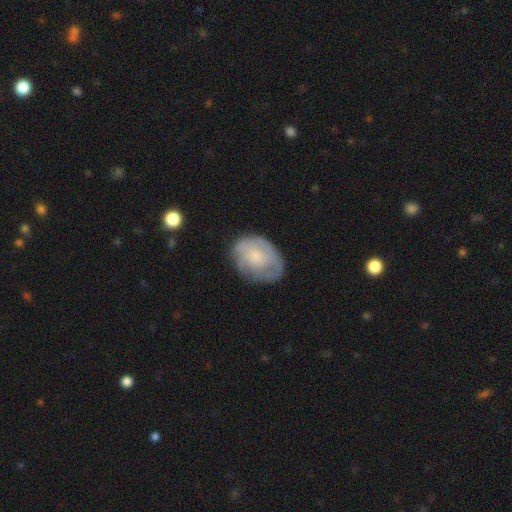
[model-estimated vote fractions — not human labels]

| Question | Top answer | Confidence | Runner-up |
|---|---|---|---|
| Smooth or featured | smooth | 53% | featured or disk (40%) |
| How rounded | in between | 70% | round (29%) |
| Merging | none | 59% | minor disturbance (28%) |